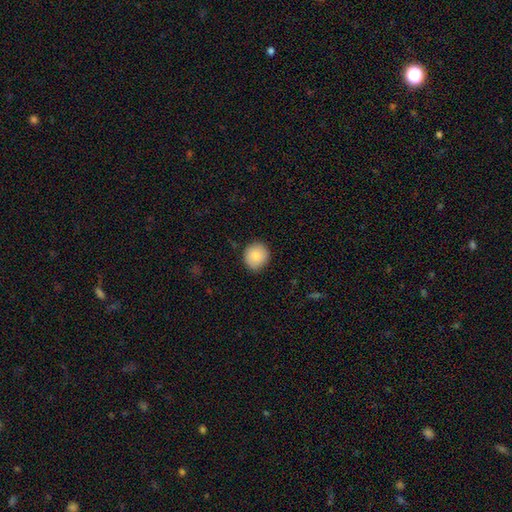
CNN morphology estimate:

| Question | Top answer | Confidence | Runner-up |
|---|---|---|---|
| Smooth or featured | smooth | 86% | star or artifact (7%) |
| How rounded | round | 87% | in between (12%) |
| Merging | none | 88% | minor disturbance (9%) |